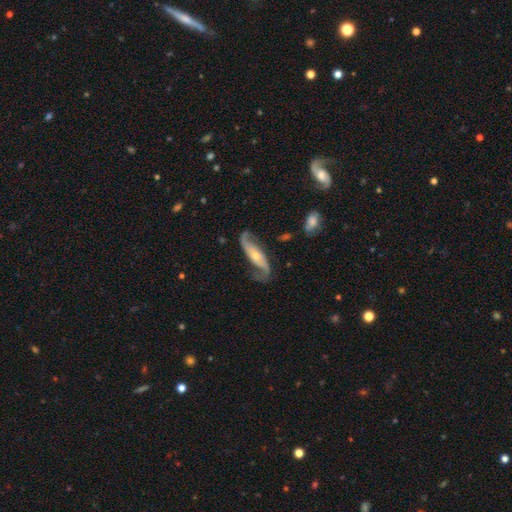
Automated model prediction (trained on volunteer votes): Smooth or featured? featured or disk (84%)
Edge-on disk? no (88%)
Bar? no (54%)
Spiral arms? yes (95%)
Spiral winding? loose (62%)
Spiral arm count? 2 (90%)
Bulge size? small (51%)
Merging? none (70%)